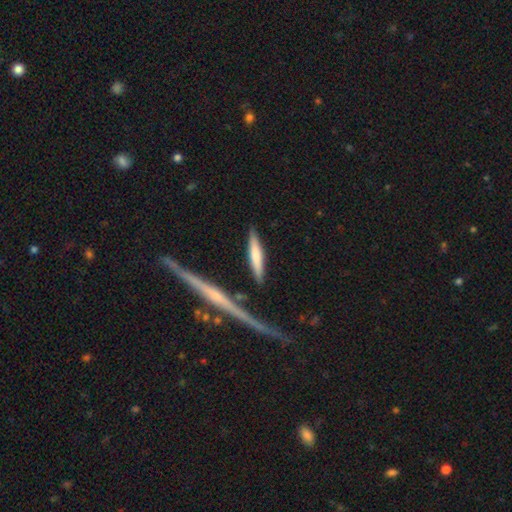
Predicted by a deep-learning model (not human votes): Smooth or featured? smooth (63%)
How rounded? cigar-shaped (87%)
Merging? none (81%)